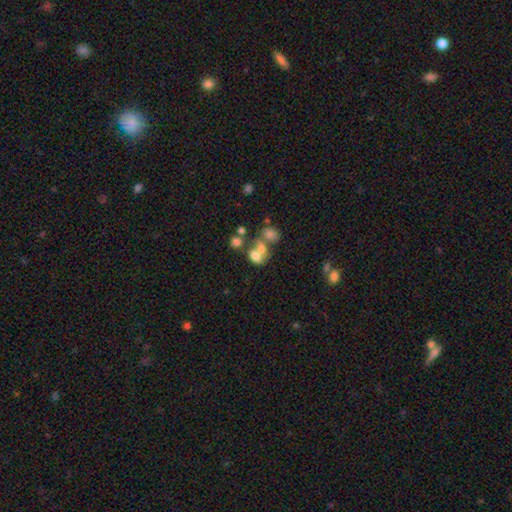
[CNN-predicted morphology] Smooth or featured: smooth — 66% (featured or disk — 19%)
How rounded: in between — 68% (round — 30%)
Merging: merger — 54% (none — 27%)